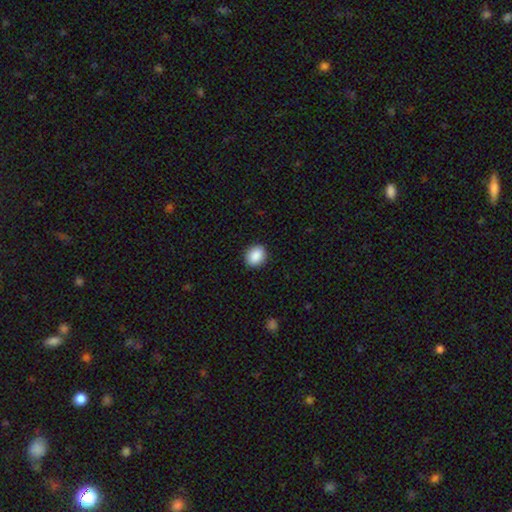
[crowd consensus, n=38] smooth_or_featured: smooth (p=0.95) [alt: featured or disk p=0.03]
how_rounded: round (p=0.64) [alt: in between p=0.36]
merging: none (p=0.89) [alt: minor disturbance p=0.05]